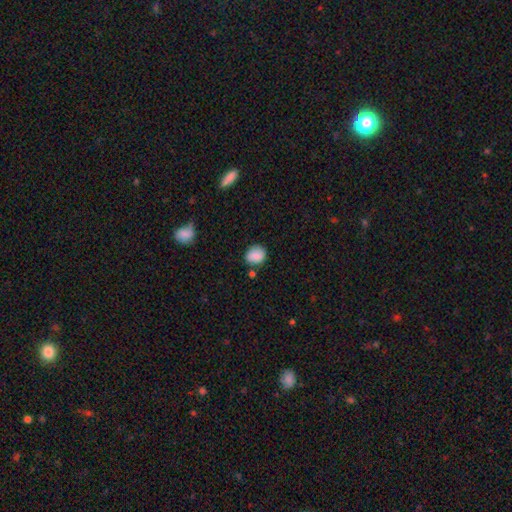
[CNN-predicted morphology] Overall: smooth (84%). How rounded: round (69%; in between 30%). Merging: none (73%).